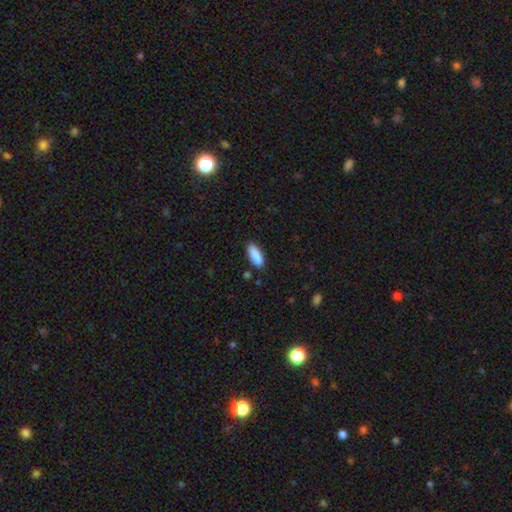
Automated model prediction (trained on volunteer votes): smooth_or_featured: smooth (p=0.89) [alt: star or artifact p=0.06]
how_rounded: in between (p=0.68) [alt: cigar-shaped p=0.30]
merging: none (p=0.83) [alt: minor disturbance p=0.12]